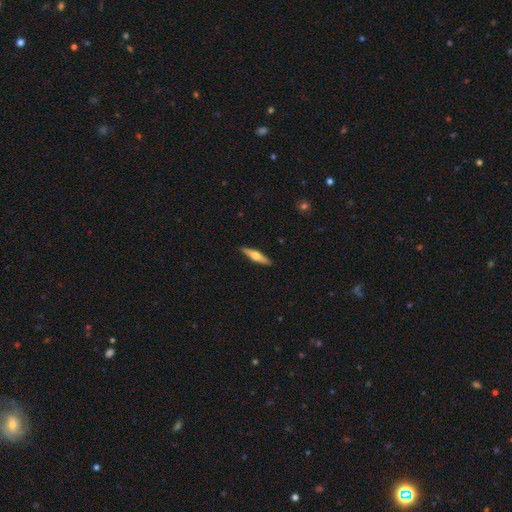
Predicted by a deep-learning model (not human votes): Smooth or featured? Predicted: featured or disk (p=0.56). Edge-on disk? Predicted: yes (p=0.95). Edge-on bulge? Predicted: rounded (p=0.94). Merging? Predicted: none (p=0.91).